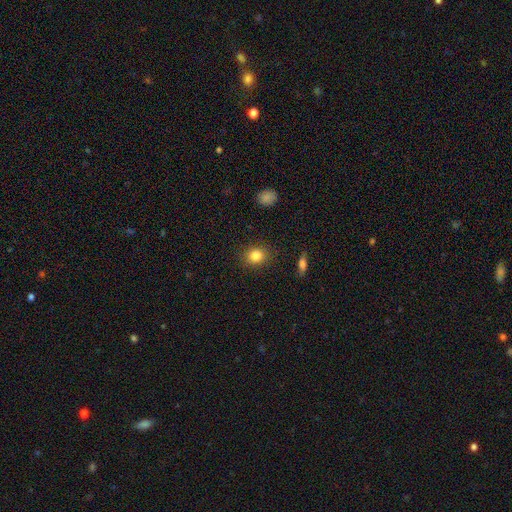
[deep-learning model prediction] Q: Smooth or featured?
A: smooth (84%); runner-up: star or artifact (10%)
Q: How rounded?
A: round (67%); runner-up: in between (32%)
Q: Merging?
A: none (87%); runner-up: minor disturbance (9%)